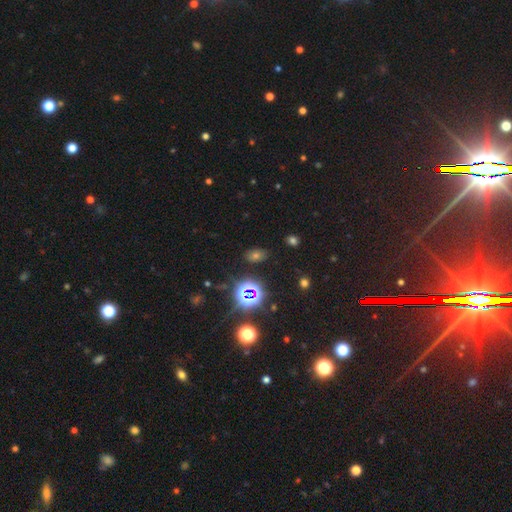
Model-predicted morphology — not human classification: Overall: star or artifact (48%; smooth 42%).